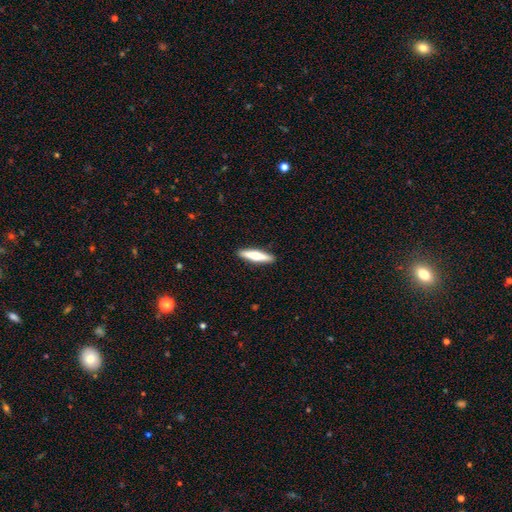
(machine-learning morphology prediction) smooth_or_featured: smooth (p=0.54) [alt: featured or disk p=0.41]
how_rounded: cigar-shaped (p=0.83) [alt: in between p=0.16]
merging: none (p=0.91) [alt: minor disturbance p=0.06]